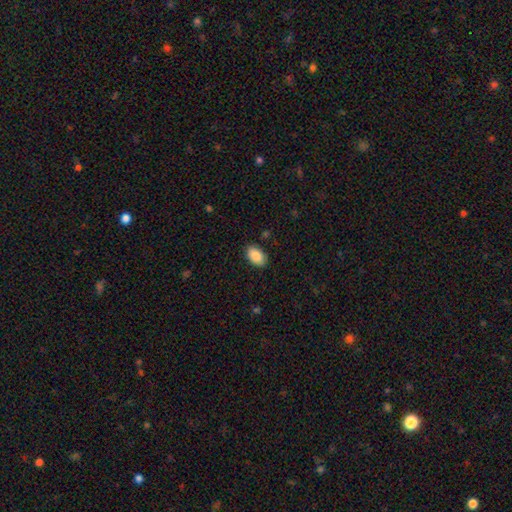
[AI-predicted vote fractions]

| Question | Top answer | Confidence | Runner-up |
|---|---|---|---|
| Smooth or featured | smooth | 89% | star or artifact (6%) |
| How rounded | in between | 93% | round (5%) |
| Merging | none | 87% | minor disturbance (10%) |